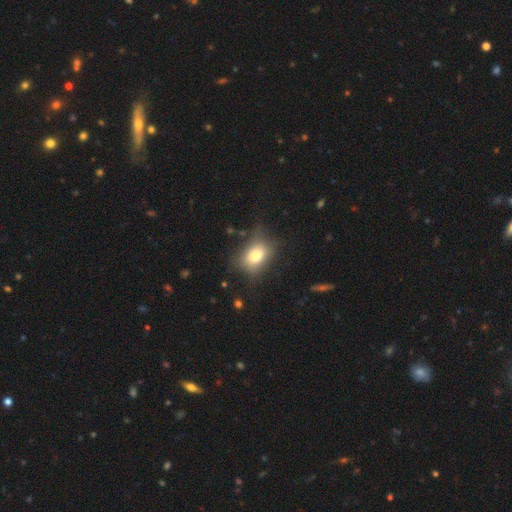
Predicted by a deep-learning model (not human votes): Overall: smooth (75%). How rounded: in between (72%). Merging: none (61%; minor disturbance 25%).